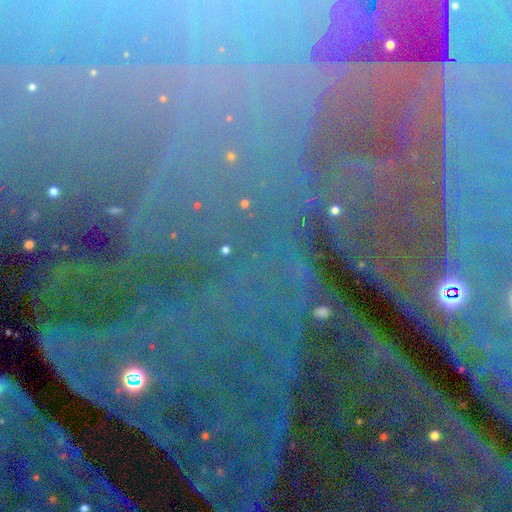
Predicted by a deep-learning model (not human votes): This is clearly a star or artifact rather than a galaxy (86%).